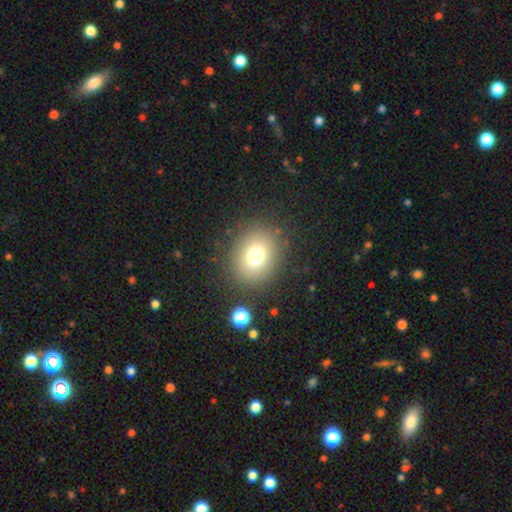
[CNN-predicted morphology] smooth-or-featured: smooth: 74% | star or artifact: 15% | featured or disk: 11%
  how-rounded: round: 65% | in between: 34% | cigar-shaped: 1%
  merging: none: 86% | minor disturbance: 8% | major disturbance: 4% | merger: 2%